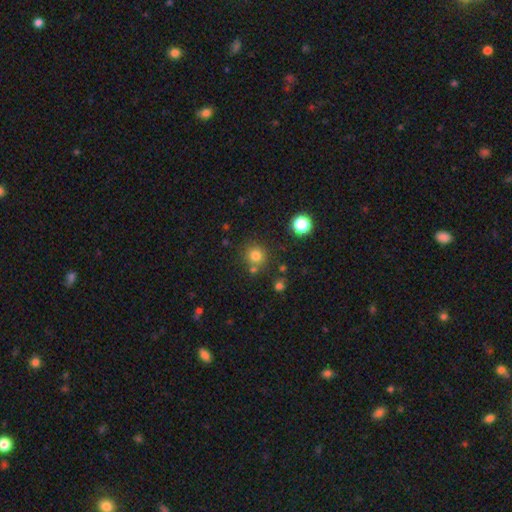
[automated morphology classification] A smooth galaxy with no disk features (79%) that is round (91%). Merging: none (74%).